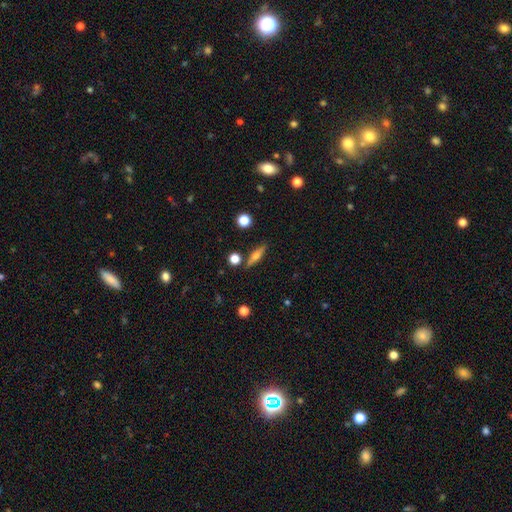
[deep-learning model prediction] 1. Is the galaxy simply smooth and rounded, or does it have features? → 51% smooth, 40% featured or disk, 9% star or artifact.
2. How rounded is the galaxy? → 68% cigar-shaped, 27% in between, 5% round.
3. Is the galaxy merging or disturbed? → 83% none, 10% minor disturbance, 5% merger, 3% major disturbance.